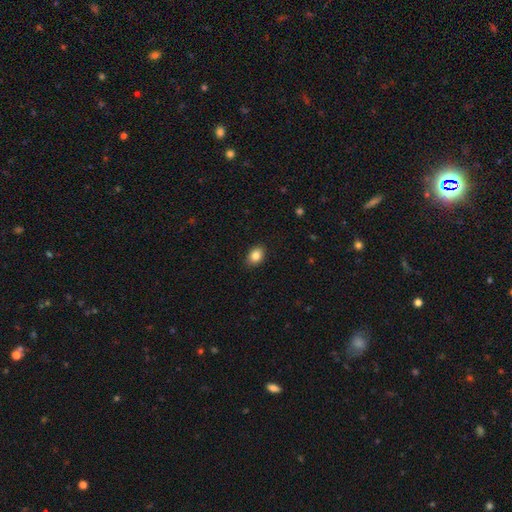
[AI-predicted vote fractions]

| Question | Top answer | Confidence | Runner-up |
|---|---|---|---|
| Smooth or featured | smooth | 85% | star or artifact (9%) |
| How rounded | in between | 73% | round (26%) |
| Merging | none | 89% | minor disturbance (8%) |